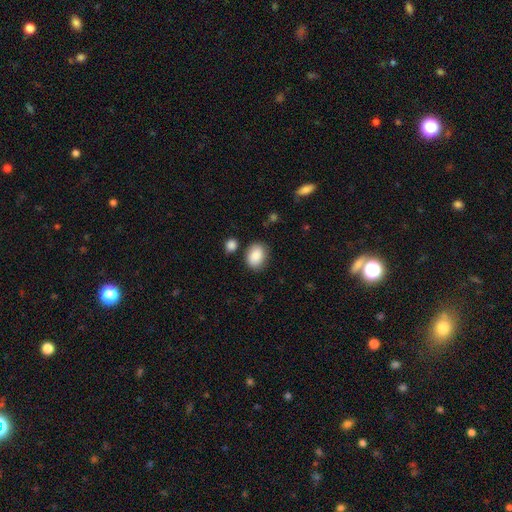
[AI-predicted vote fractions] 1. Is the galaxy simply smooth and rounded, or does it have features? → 88% smooth, 7% star or artifact, 5% featured or disk.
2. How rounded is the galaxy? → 71% in between, 28% round, 1% cigar-shaped.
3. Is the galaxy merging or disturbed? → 75% none, 15% minor disturbance, 5% merger, 4% major disturbance.